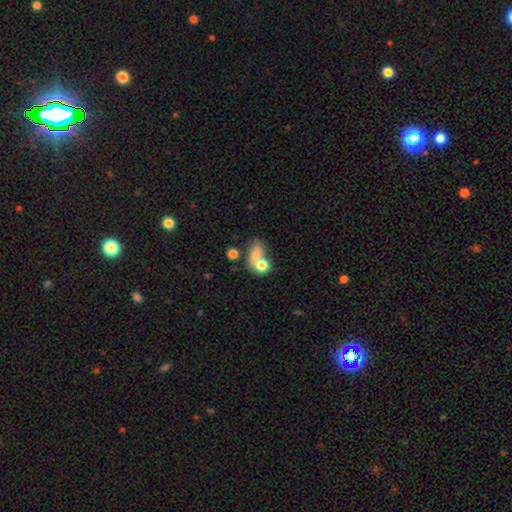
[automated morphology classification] Overall: smooth (70%). How rounded: in between (57%; round 41%). Merging: merger (57%; none 25%).